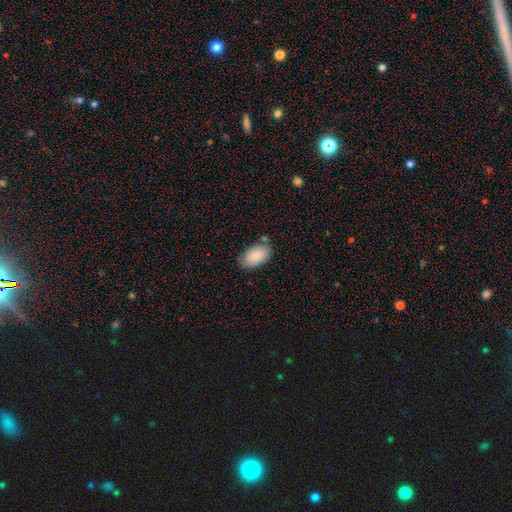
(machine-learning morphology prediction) smooth_or_featured: smooth (p=0.87) [alt: featured or disk p=0.07]
how_rounded: in between (p=0.94) [alt: round p=0.04]
merging: none (p=0.78) [alt: minor disturbance p=0.15]